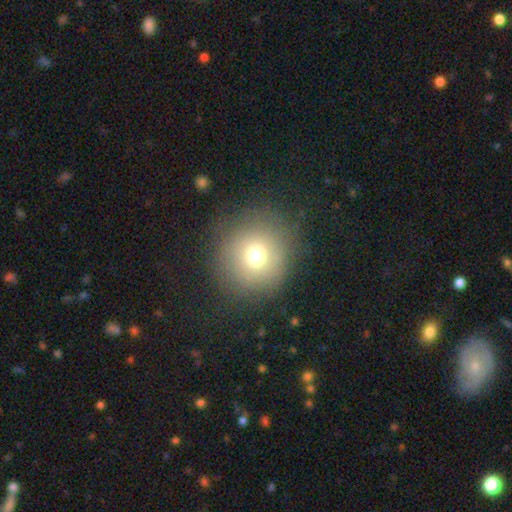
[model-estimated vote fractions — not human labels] Overall: smooth (71%). How rounded: round (92%). Merging: none (82%).